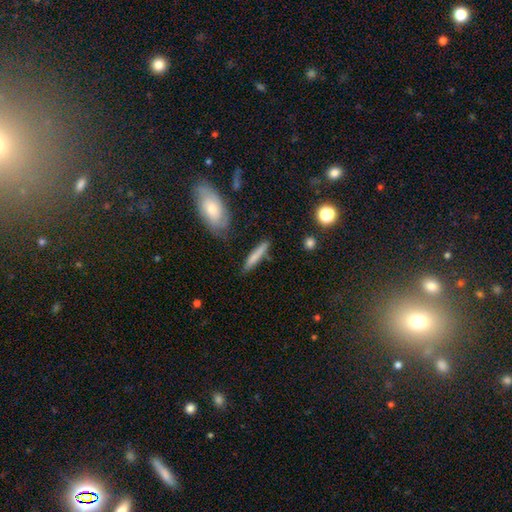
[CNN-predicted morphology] smooth_or_featured: smooth (p=0.75) [alt: featured or disk p=0.19]
how_rounded: cigar-shaped (p=0.89) [alt: in between p=0.09]
merging: none (p=0.81) [alt: minor disturbance p=0.12]